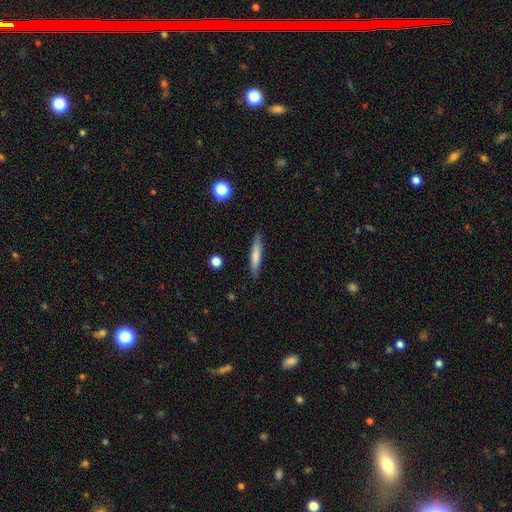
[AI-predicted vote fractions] Smooth or featured? Predicted: smooth (p=0.72). How rounded? Predicted: cigar-shaped (p=0.90). Merging? Predicted: none (p=0.87).